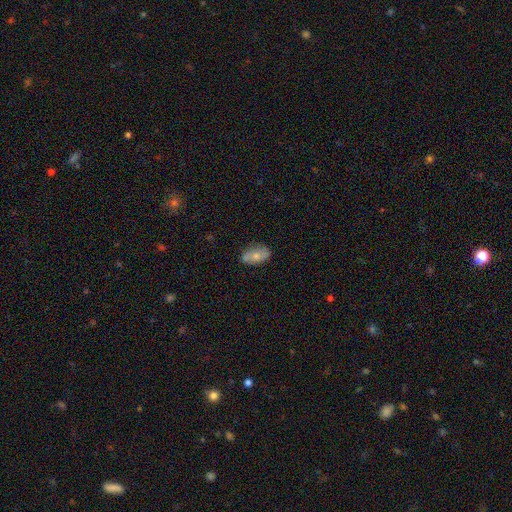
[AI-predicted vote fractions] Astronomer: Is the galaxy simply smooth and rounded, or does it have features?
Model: smooth — 59%.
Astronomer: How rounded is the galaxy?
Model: in between — 90%.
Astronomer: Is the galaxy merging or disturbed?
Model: none — 75%.